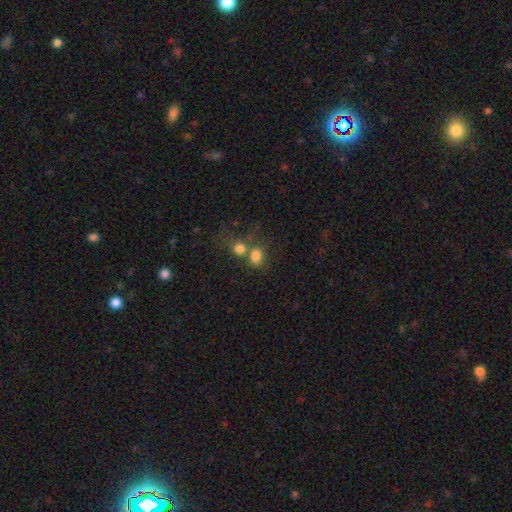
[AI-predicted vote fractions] This is likely a smooth galaxy (79%). How rounded: likely round (61%). Merging: marginally merger (44%).